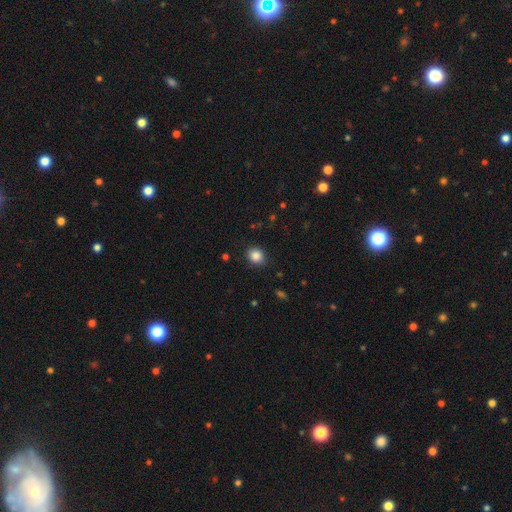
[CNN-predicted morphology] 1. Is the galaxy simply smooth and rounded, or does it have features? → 86% smooth, 10% star or artifact, 4% featured or disk.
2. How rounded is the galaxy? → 67% round, 32% in between, 1% cigar-shaped.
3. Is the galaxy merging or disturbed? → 88% none, 9% minor disturbance, 3% major disturbance, 1% merger.